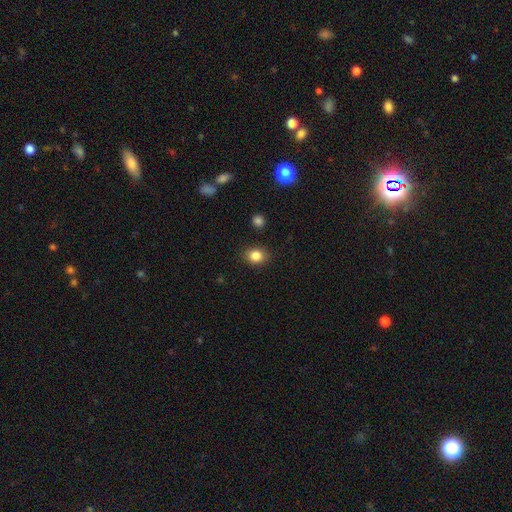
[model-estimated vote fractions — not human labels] Smooth or featured? Predicted: smooth (p=0.84). How rounded? Predicted: round (p=0.54). Merging? Predicted: none (p=0.87).